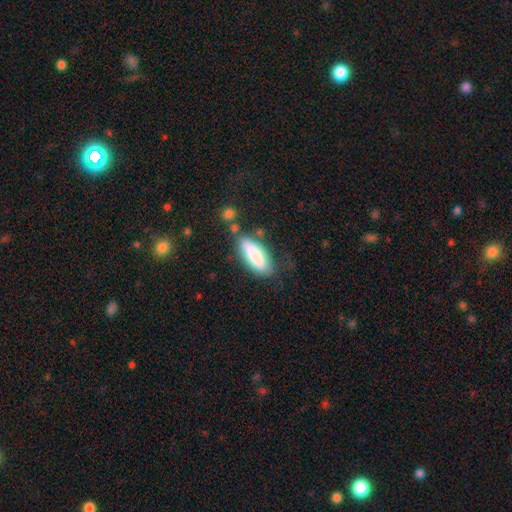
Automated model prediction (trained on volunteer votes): smooth 82%, featured or disk 12%, star or artifact 7%. Down the decision tree: how rounded — in between (65%); merging — none (65%).